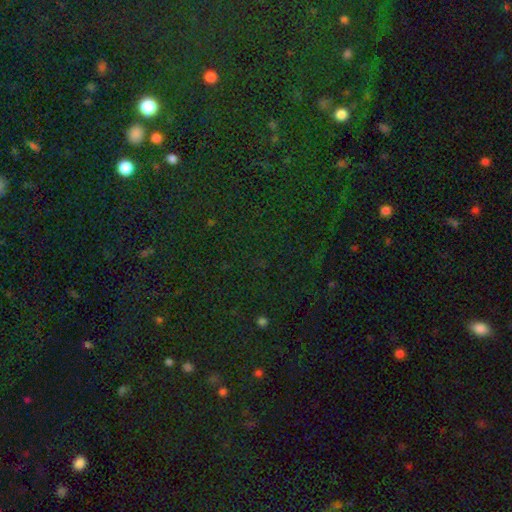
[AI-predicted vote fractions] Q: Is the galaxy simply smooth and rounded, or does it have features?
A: star or artifact — 76%.